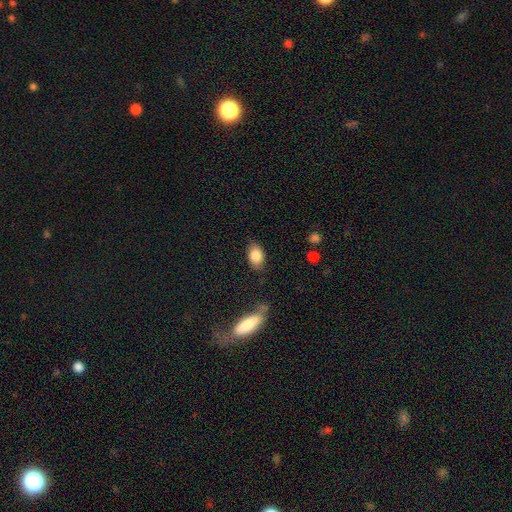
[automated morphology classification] A smooth galaxy with no disk features (85%) that is in between round and cigar-shaped (88%). Merging: none (80%).